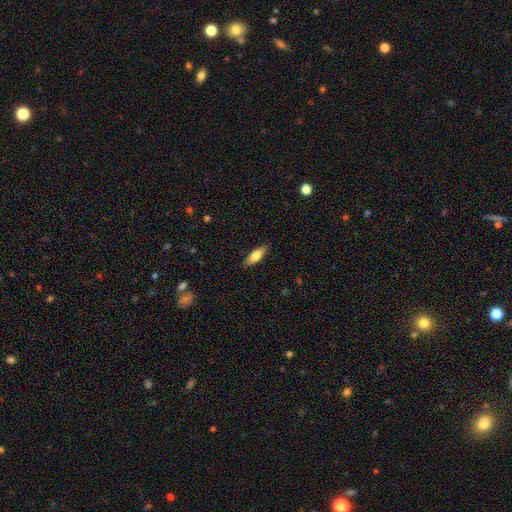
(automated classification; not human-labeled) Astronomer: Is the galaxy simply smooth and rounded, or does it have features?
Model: smooth — 73%.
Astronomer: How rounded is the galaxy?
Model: in between — 61% (runner-up: cigar-shaped, 37%).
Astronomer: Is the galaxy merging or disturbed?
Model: none — 87%.